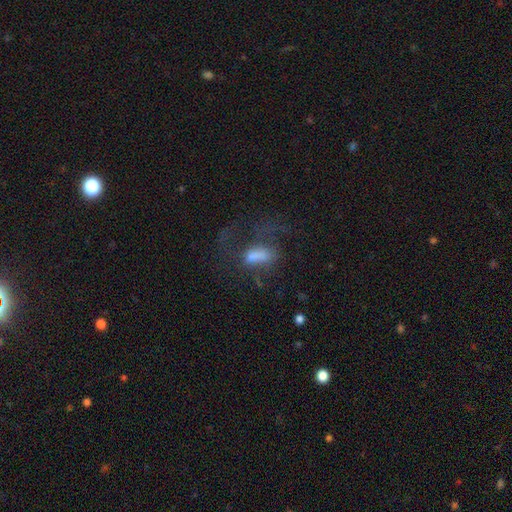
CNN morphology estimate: A featured or disk galaxy (42%).

Vote fractions:
- Smooth or featured? featured or disk: 42% / smooth: 40% / star or artifact: 18%
- Merging? major disturbance: 51% / none: 29% / minor disturbance: 15% / merger: 6%